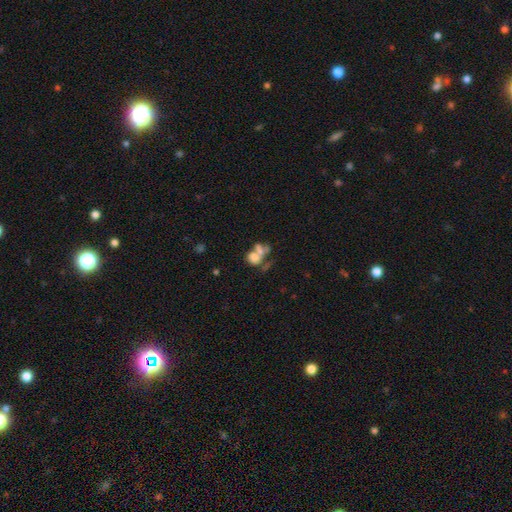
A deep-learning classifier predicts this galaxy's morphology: A smooth galaxy with no disk features (61%) that is in between round and cigar-shaped (56%).

Vote fractions:
- Smooth or featured? smooth: 61% / featured or disk: 24% / star or artifact: 15%
- How rounded? in between: 56% / round: 42% / cigar-shaped: 2%
- Merging? merger: 53% / none: 23% / major disturbance: 14% / minor disturbance: 10%